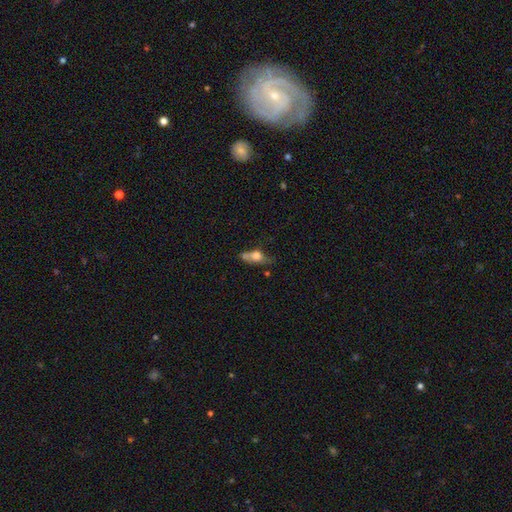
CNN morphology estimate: This is possibly a smooth galaxy (58%). How rounded: likely in between (61%). Merging: marginally none (38%).